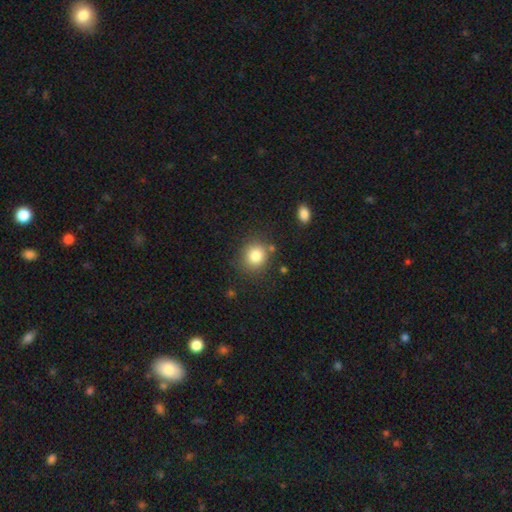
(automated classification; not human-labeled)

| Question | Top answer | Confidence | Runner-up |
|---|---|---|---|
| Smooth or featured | smooth | 82% | star or artifact (11%) |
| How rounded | round | 84% | in between (15%) |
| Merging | none | 80% | minor disturbance (11%) |